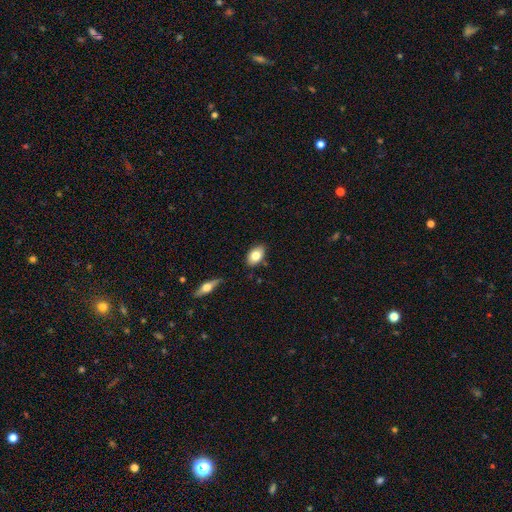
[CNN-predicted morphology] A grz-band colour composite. It shows a smooth galaxy with no disk features (78%) that is in between round and cigar-shaped (89%). Merging: none (83%).